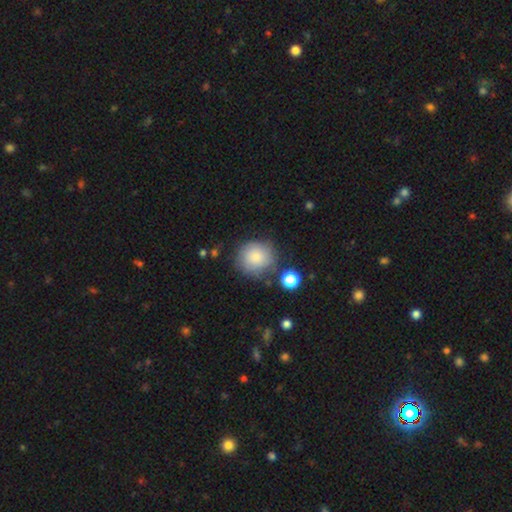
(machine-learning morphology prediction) Q: Smooth or featured?
A: smooth (82%); runner-up: featured or disk (9%)
Q: How rounded?
A: round (89%); runner-up: in between (10%)
Q: Merging?
A: none (75%); runner-up: minor disturbance (16%)